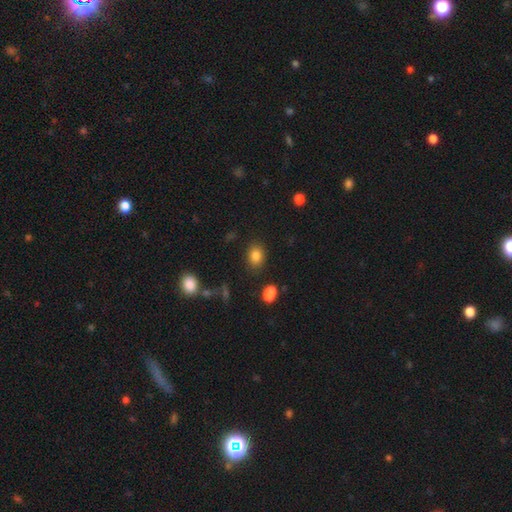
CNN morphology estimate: A smooth galaxy with no disk features (82%) that is in between round and cigar-shaped (62%).

Vote fractions:
- Smooth or featured? smooth: 82% / star or artifact: 11% / featured or disk: 7%
- How rounded? in between: 62% / round: 37% / cigar-shaped: 1%
- Merging? none: 82% / minor disturbance: 11% / merger: 4% / major disturbance: 3%